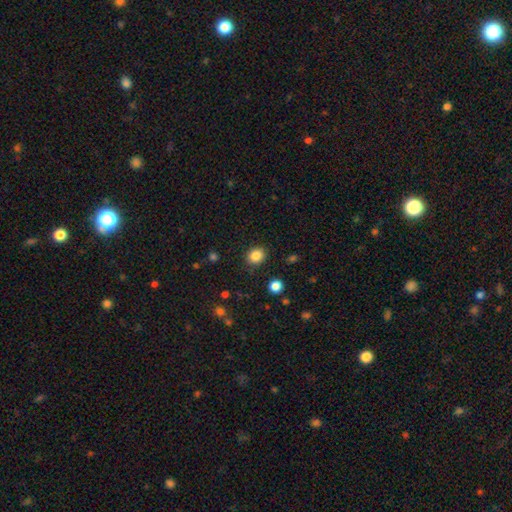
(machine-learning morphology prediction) Smooth or featured?
  - smooth: 85% *
  - star or artifact: 10%
  - featured or disk: 5%
How rounded?
  - round: 66% *
  - in between: 34%
  - cigar-shaped: 1%
Merging?
  - none: 88% *
  - minor disturbance: 8%
  - major disturbance: 3%
  - merger: 2%